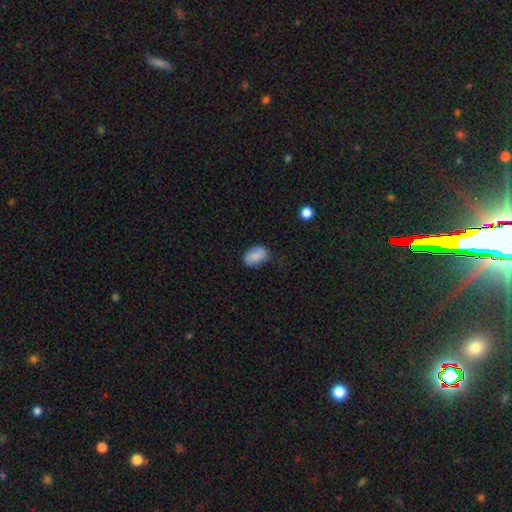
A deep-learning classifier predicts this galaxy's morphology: Smooth or featured: smooth — 85% (star or artifact — 8%)
How rounded: in between — 89% (round — 9%)
Merging: none — 69% (minor disturbance — 24%)